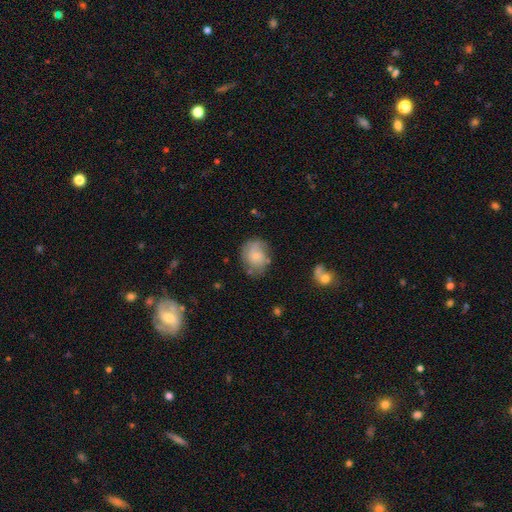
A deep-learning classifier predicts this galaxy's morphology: smooth_or_featured: smooth (p=0.51) [alt: featured or disk p=0.41]
how_rounded: round (p=0.56) [alt: in between p=0.43]
merging: none (p=0.60) [alt: minor disturbance p=0.25]